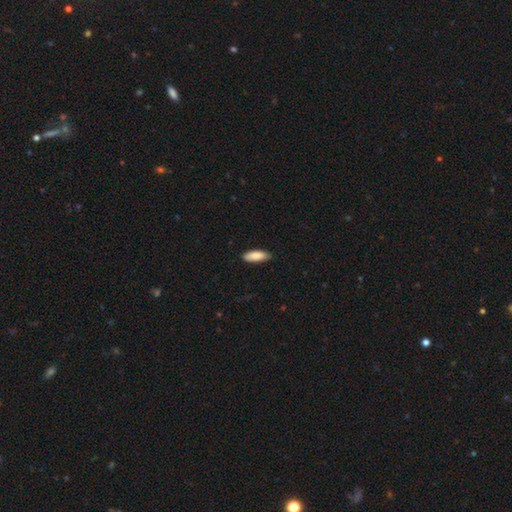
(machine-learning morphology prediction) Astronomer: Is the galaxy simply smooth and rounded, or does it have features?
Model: smooth — 88%.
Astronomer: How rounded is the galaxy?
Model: in between — 63%.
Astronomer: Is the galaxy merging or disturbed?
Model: none — 85%.